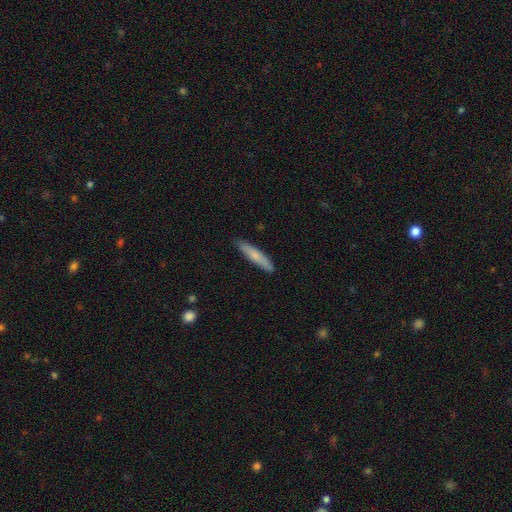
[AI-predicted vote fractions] This is likely a smooth galaxy (70%). How rounded: clearly cigar-shaped (90%). Merging: clearly none (87%).